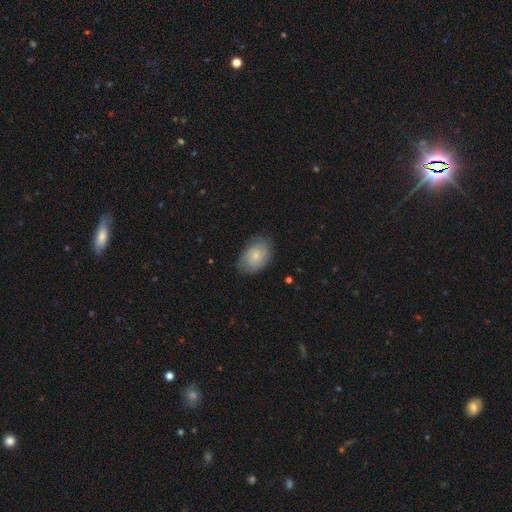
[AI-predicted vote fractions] Smooth or featured? Predicted: smooth (p=0.58). How rounded? Predicted: in between (p=0.84). Merging? Predicted: none (p=0.76).